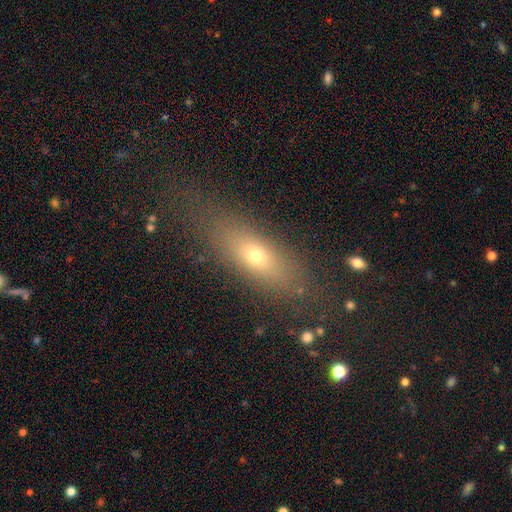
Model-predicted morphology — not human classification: Smooth or featured: smooth — 65% (featured or disk — 22%)
How rounded: in between — 56% (cigar-shaped — 36%)
Merging: none — 75% (minor disturbance — 13%)